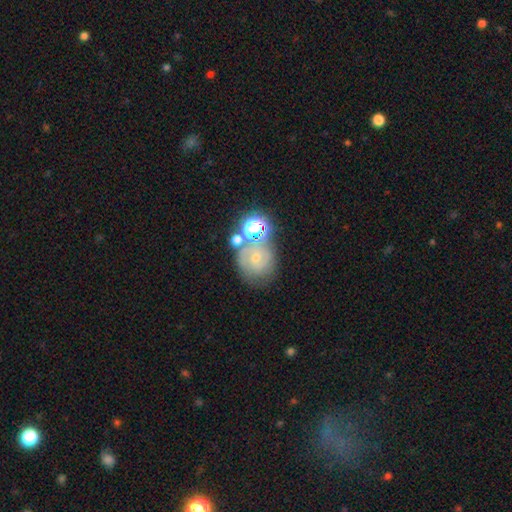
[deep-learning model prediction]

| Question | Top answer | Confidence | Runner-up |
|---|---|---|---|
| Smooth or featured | featured or disk | 61% | smooth (21%) |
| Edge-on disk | no | 97% | yes (3%) |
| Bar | no | 67% | weak (26%) |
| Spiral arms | yes | 87% | no (13%) |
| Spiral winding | tight | 61% | medium (32%) |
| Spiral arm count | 2 | 40% | can't tell (30%) |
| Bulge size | small | 68% | moderate (26%) |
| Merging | none | 56% | merger (19%) |